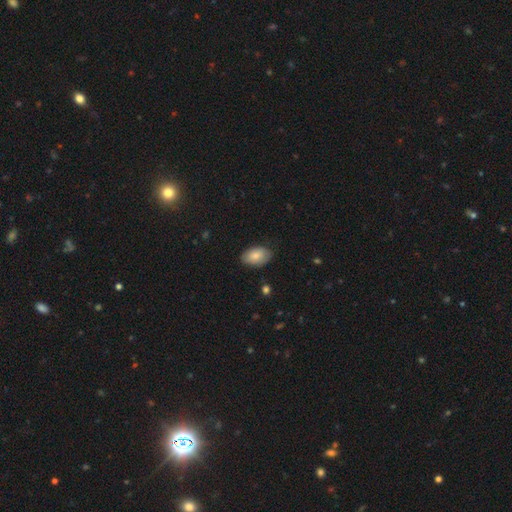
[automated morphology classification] smooth_or_featured: smooth (p=0.84) [alt: featured or disk p=0.09]
how_rounded: in between (p=0.92) [alt: round p=0.06]
merging: none (p=0.82) [alt: minor disturbance p=0.14]